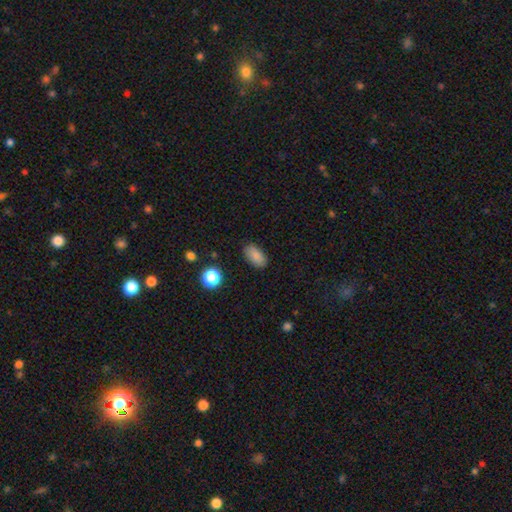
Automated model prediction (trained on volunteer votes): Smooth or featured?
  - smooth: 86% *
  - star or artifact: 9%
  - featured or disk: 5%
How rounded?
  - in between: 92% *
  - round: 5%
  - cigar-shaped: 3%
Merging?
  - none: 86% *
  - minor disturbance: 10%
  - major disturbance: 3%
  - merger: 1%